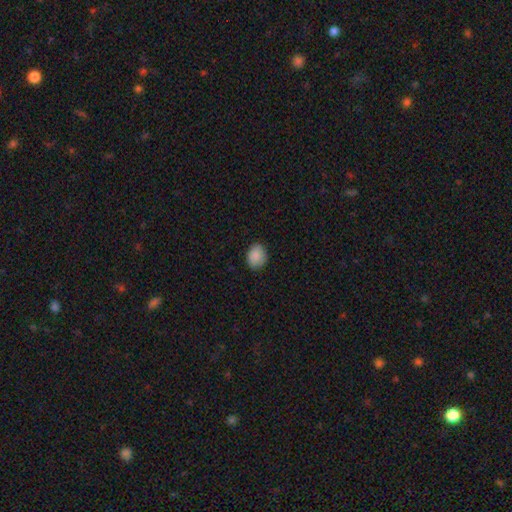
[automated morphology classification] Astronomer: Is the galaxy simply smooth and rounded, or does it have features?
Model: smooth — 89%.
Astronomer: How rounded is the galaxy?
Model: in between — 52% (runner-up: round, 47%).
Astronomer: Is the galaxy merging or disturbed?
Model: none — 83%.